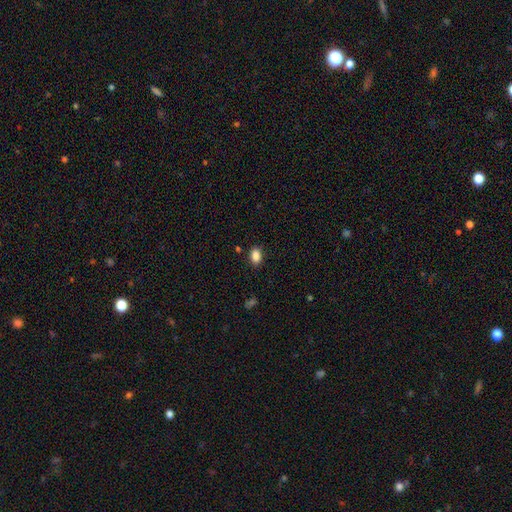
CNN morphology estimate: Smooth or featured: smooth — 87% (star or artifact — 9%)
How rounded: in between — 85% (round — 13%)
Merging: none — 88% (minor disturbance — 9%)